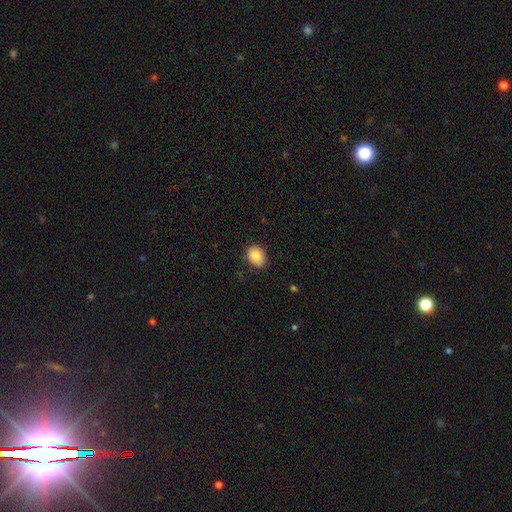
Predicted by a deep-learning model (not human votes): This appears to be a smooth galaxy with no disk features (88%) that is in between round and cigar-shaped (59%). Merging: none (83%).